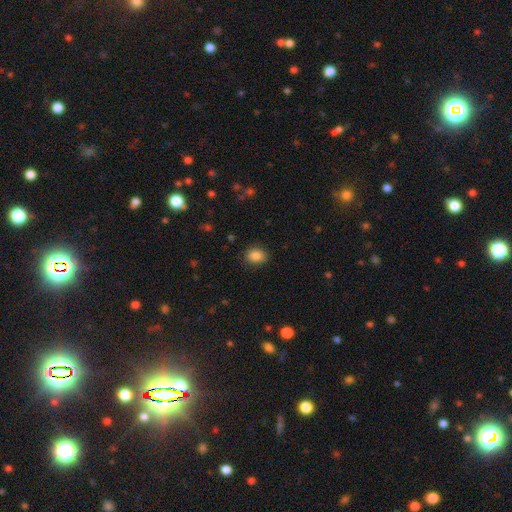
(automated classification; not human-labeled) A smooth galaxy with no disk features (86%) that is in between round and cigar-shaped (62%). Merging: none (86%).